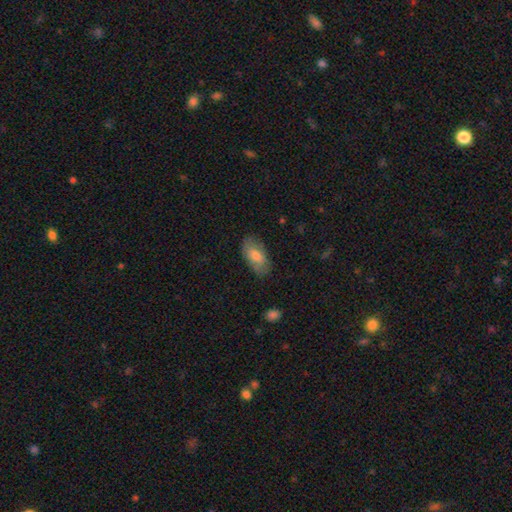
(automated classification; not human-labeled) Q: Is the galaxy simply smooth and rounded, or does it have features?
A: smooth — 74%.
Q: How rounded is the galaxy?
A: in between — 93%.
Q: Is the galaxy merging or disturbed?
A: none — 79%.